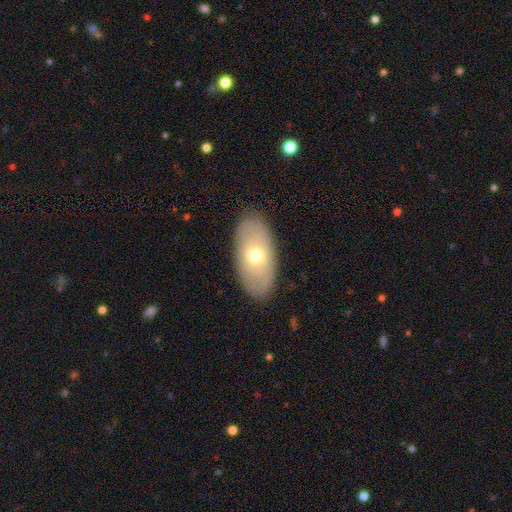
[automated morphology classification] This appears to be a smooth galaxy with no disk features (59%) that is in between round and cigar-shaped (92%). Merging: none (87%).